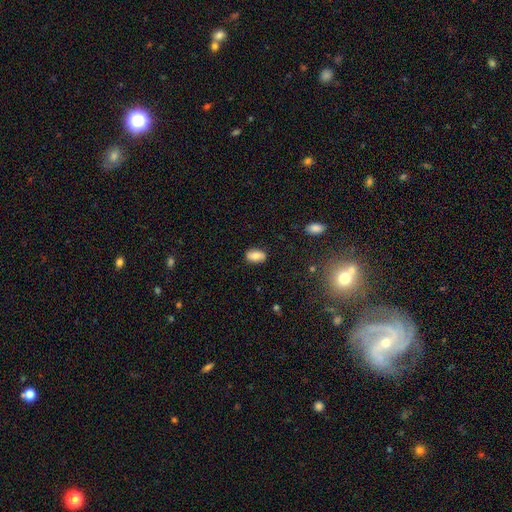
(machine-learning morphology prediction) This appears to be a smooth galaxy with no disk features (76%) that is in between round and cigar-shaped (90%). Merging: none (85%).